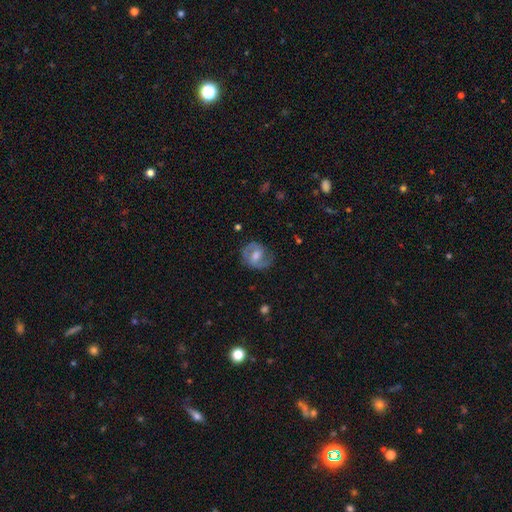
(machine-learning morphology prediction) smooth-or-featured: featured or disk: 76% | smooth: 17% | star or artifact: 7%
  disk-edge-on: no: 97% | yes: 3%
    bar: weak: 50% | no: 29% | strong: 21%
    has-spiral-arms: yes: 91% | no: 9%
      spiral-winding: medium: 52% | tight: 28% | loose: 19%
      spiral-arm-count: 2: 87% | can't tell: 6% | 1: 4% | 3: 1% | 4: 1% | more than 4: 1%
    bulge-size: moderate: 62% | small: 25% | large: 9% | none: 3% | dominant: 1%
  merging: none: 78% | minor disturbance: 15% | major disturbance: 6% | merger: 1%